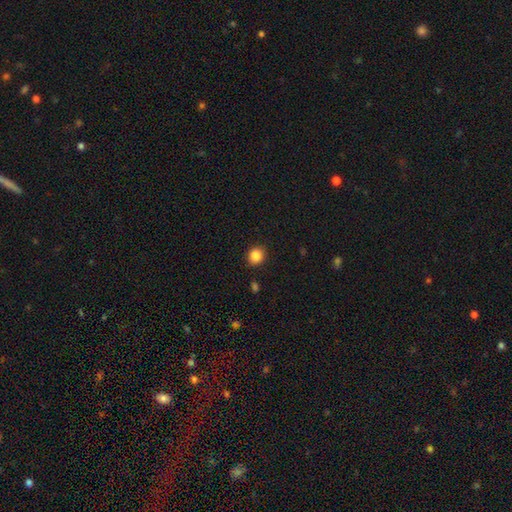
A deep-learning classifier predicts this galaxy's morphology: A smooth galaxy with no disk features (87%) that is round (81%).

Vote fractions:
- Smooth or featured? smooth: 87% / star or artifact: 10% / featured or disk: 4%
- How rounded? round: 81% / in between: 18% / cigar-shaped: 1%
- Merging? none: 89% / minor disturbance: 7% / major disturbance: 2% / merger: 1%